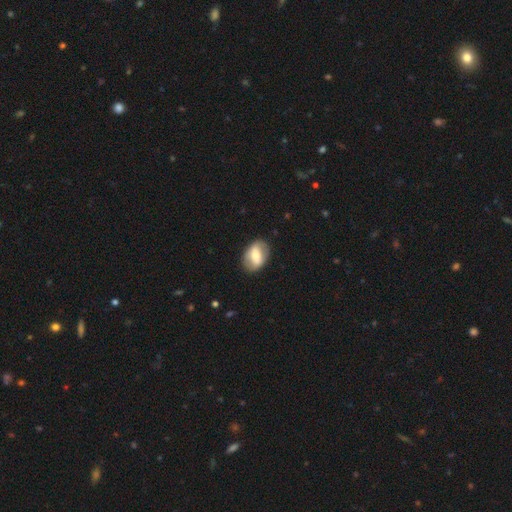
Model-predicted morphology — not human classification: A featured or disk galaxy (48%).

Vote fractions:
- Smooth or featured? featured or disk: 48% / smooth: 46% / star or artifact: 6%
- Merging? none: 83% / minor disturbance: 12% / major disturbance: 4% / merger: 1%